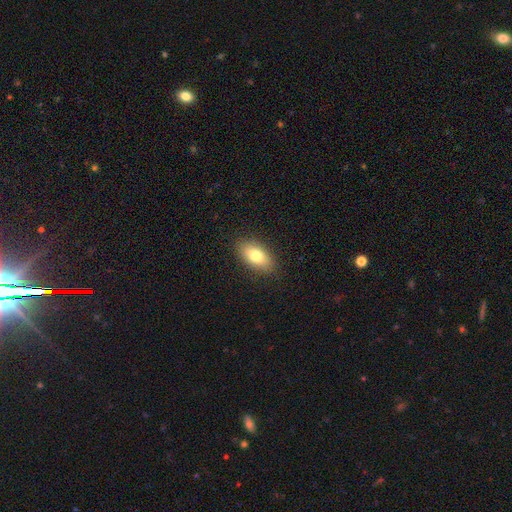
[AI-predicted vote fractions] smooth 79%, featured or disk 14%, star or artifact 7%. Down the decision tree: how rounded — in between (91%); merging — none (88%).